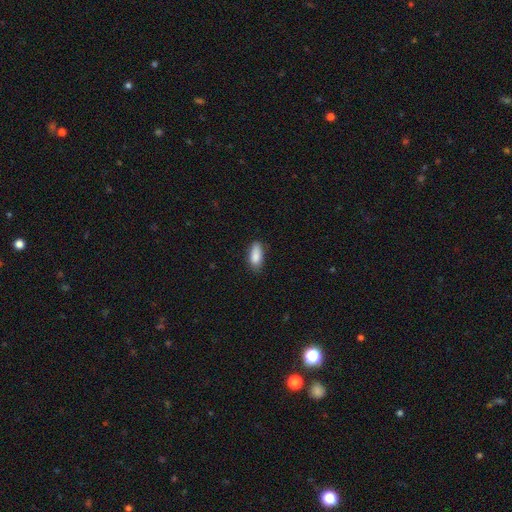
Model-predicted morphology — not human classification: Smooth or featured?
  - smooth: 87% *
  - star or artifact: 7%
  - featured or disk: 6%
How rounded?
  - in between: 80% *
  - cigar-shaped: 17%
  - round: 3%
Merging?
  - none: 75% *
  - minor disturbance: 20%
  - major disturbance: 3%
  - merger: 1%